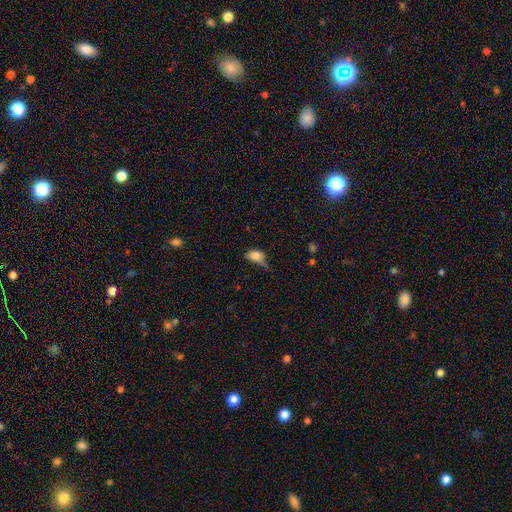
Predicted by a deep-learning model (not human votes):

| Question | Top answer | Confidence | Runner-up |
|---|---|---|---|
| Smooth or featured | smooth | 76% | featured or disk (14%) |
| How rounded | in between | 81% | round (15%) |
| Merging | minor disturbance | 38% | major disturbance (28%) |